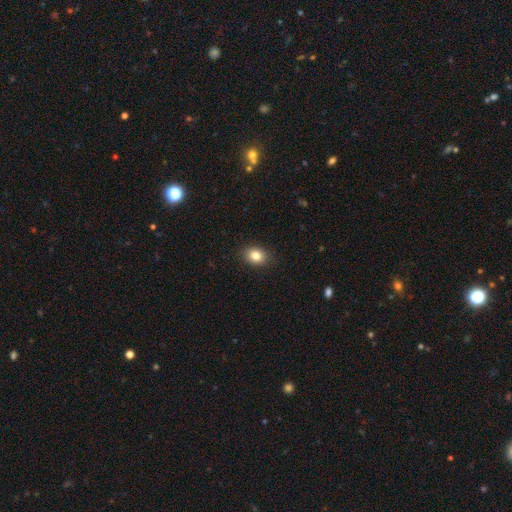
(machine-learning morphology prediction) A smooth galaxy with no disk features (83%) that is in between round and cigar-shaped (59%). Merging: none (89%).